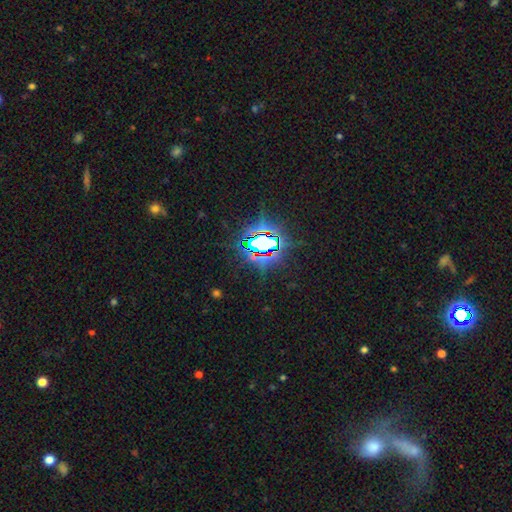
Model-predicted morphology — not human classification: smooth-or-featured: star or artifact: 80% | smooth: 11% | featured or disk: 8%